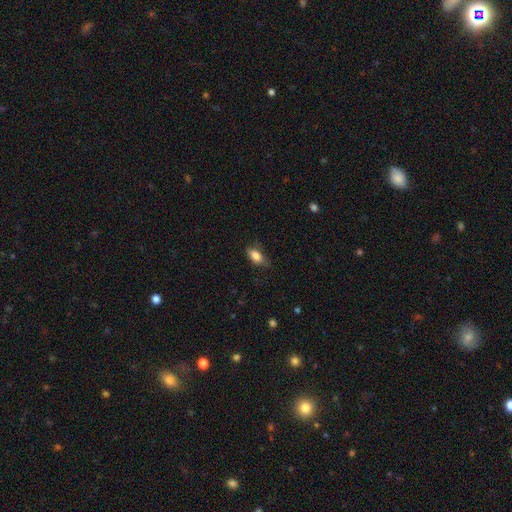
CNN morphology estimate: Smooth or featured?
  - smooth: 83% *
  - featured or disk: 9%
  - star or artifact: 8%
How rounded?
  - in between: 86% *
  - cigar-shaped: 9%
  - round: 5%
Merging?
  - none: 70% *
  - minor disturbance: 24%
  - major disturbance: 6%
  - merger: 1%